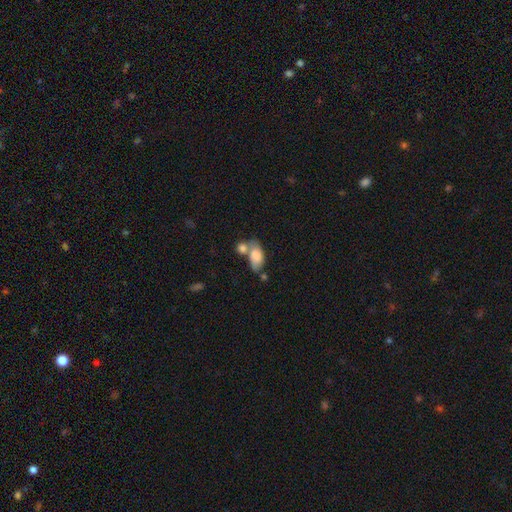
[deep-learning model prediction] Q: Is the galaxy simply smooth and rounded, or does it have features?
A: smooth — 76%.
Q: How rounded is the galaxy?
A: in between — 88%.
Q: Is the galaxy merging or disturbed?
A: merger — 48%.